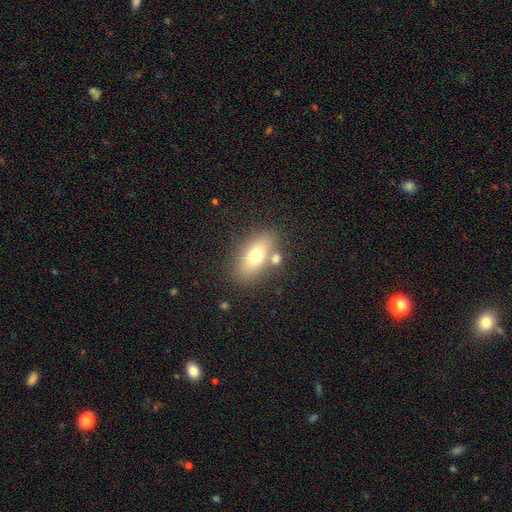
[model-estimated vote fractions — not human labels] This appears to be a smooth galaxy with no disk features (69%) that is in between round and cigar-shaped (84%). Merging: none (69%).